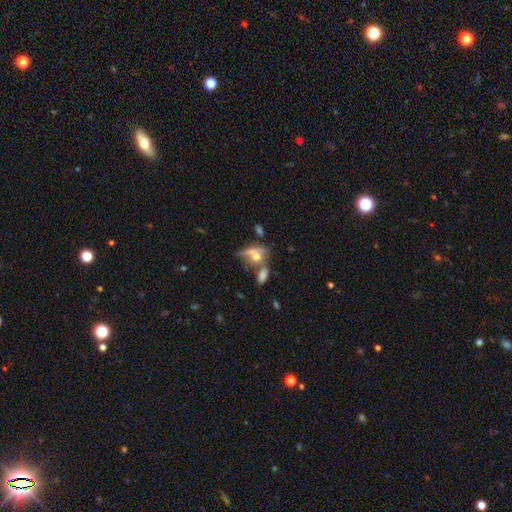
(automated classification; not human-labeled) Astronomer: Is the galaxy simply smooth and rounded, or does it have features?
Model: smooth — 51% (runner-up: featured or disk, 36%).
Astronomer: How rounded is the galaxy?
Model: in between — 61%.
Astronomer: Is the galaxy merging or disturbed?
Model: merger — 37%, tied with none at 37%.